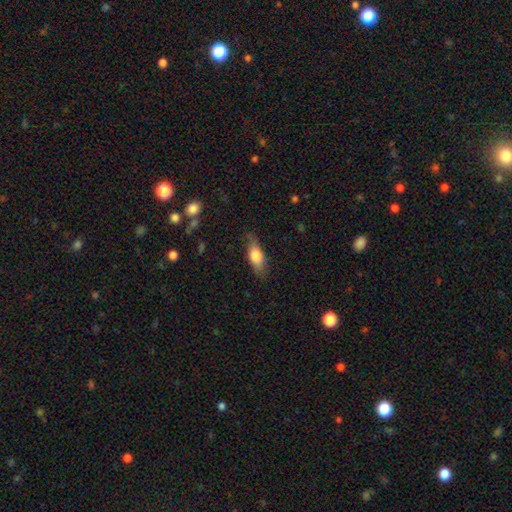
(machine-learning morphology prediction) A smooth galaxy with no disk features (69%) that is in between round and cigar-shaped (67%). Merging: none (70%).